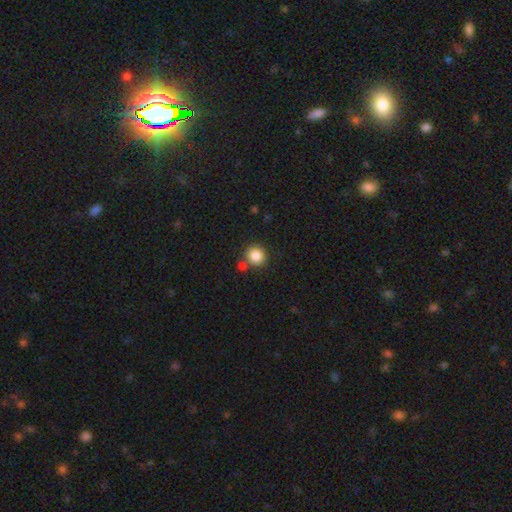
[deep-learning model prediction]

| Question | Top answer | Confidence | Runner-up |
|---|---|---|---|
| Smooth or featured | smooth | 85% | star or artifact (10%) |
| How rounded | round | 90% | in between (9%) |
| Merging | none | 70% | merger (16%) |